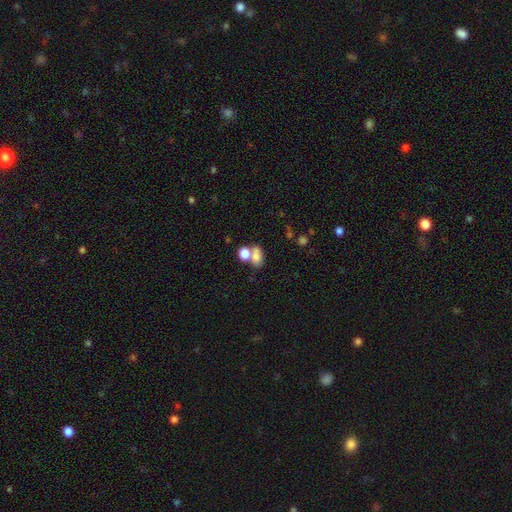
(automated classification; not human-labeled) Smooth or featured? smooth (74%)
How rounded? in between (70%)
Merging? merger (52%)